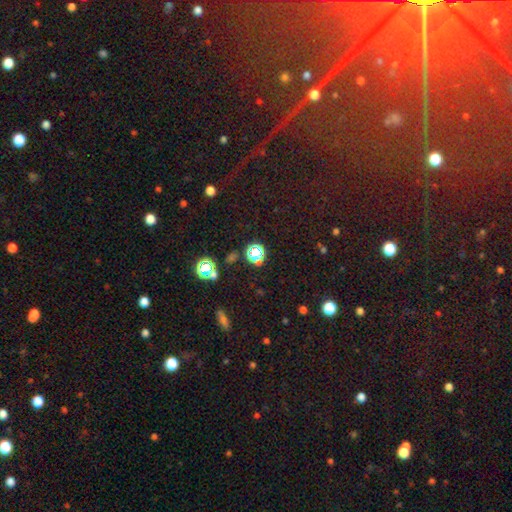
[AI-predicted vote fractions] Morphology: type=star or artifact (64%).